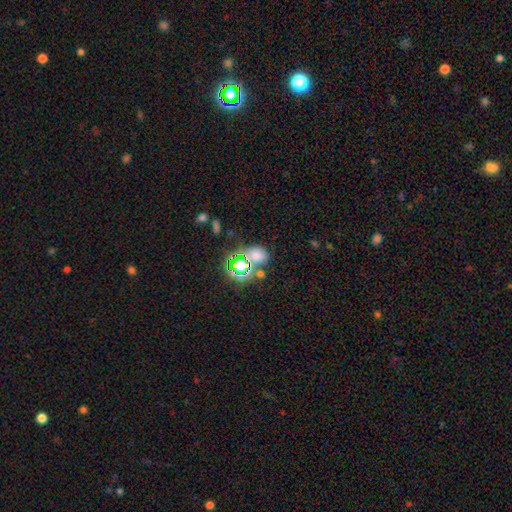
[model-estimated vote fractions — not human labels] A smooth galaxy with no disk features (54%) that is round (60%). Merging: none (60%).